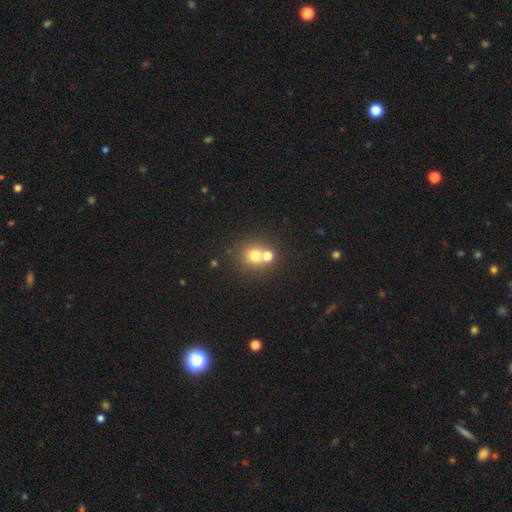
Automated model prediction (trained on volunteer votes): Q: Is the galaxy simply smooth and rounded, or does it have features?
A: smooth — 70%.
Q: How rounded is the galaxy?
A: round — 87%.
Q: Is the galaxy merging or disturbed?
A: none — 52%.